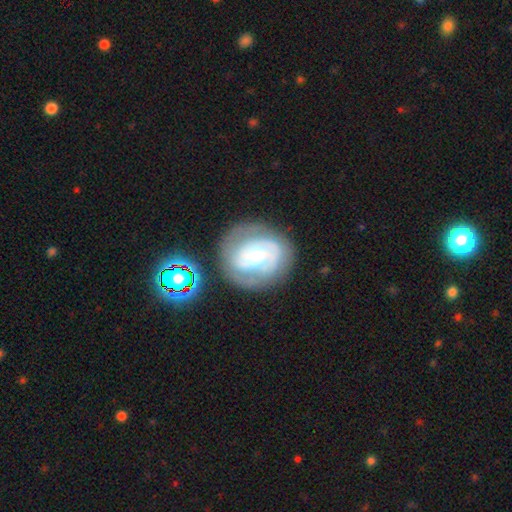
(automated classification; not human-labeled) Smooth or featured? featured or disk (77%)
Edge-on disk? no (97%)
Bar? no (60%)
Spiral arms? yes (89%)
Spiral winding? tight (58%)
Spiral arm count? 2 (51%)
Bulge size? moderate (59%)
Merging? none (72%)